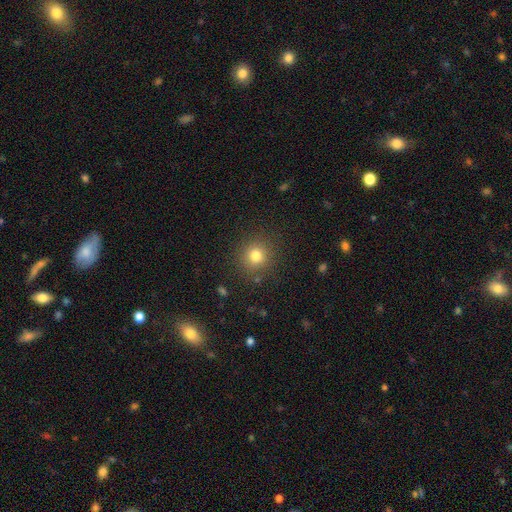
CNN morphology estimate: This is likely a smooth galaxy (79%). How rounded: clearly round (92%). Merging: clearly none (88%).